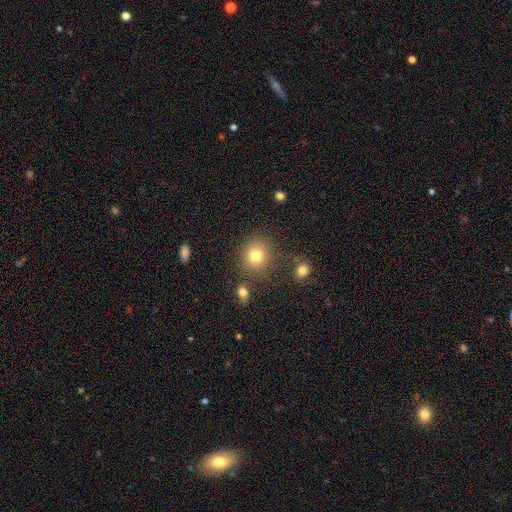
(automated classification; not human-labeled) Overall: smooth (80%). How rounded: round (83%). Merging: none (80%).